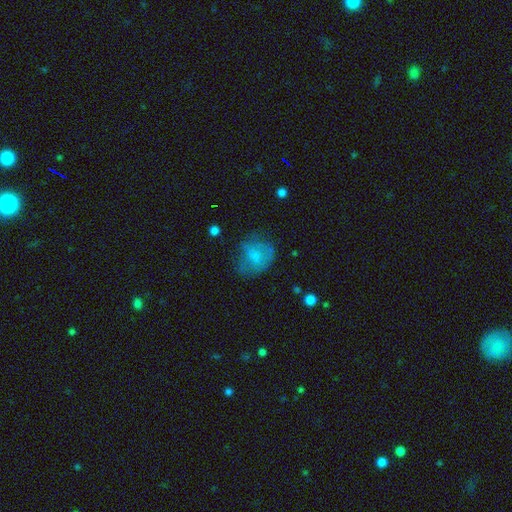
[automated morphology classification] A smooth galaxy with no disk features (64%) that is round (56%).

Vote fractions:
- Smooth or featured? smooth: 64% / featured or disk: 25% / star or artifact: 10%
- How rounded? round: 56% / in between: 42% / cigar-shaped: 1%
- Merging? none: 47% / minor disturbance: 26% / major disturbance: 24% / merger: 2%